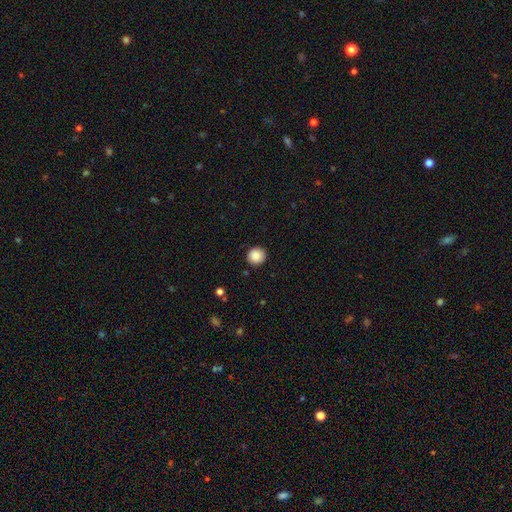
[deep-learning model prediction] A smooth galaxy with no disk features (87%) that is round (94%).

Vote fractions:
- Smooth or featured? smooth: 87% / star or artifact: 9% / featured or disk: 4%
- How rounded? round: 94% / in between: 5% / cigar-shaped: 1%
- Merging? none: 92% / minor disturbance: 5% / major disturbance: 2% / merger: 1%